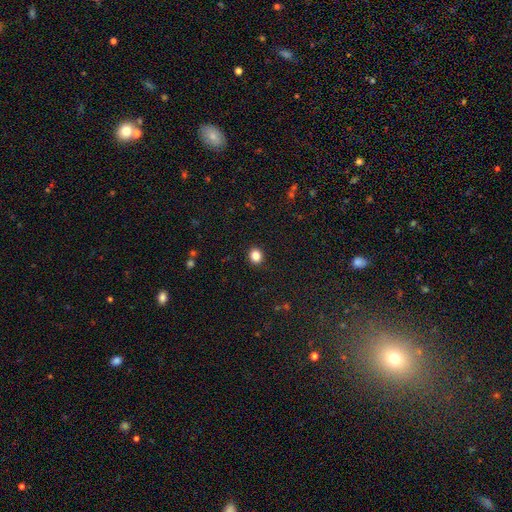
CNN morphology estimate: Q: Smooth or featured?
A: smooth (85%); runner-up: star or artifact (11%)
Q: How rounded?
A: round (77%); runner-up: in between (22%)
Q: Merging?
A: none (91%); runner-up: minor disturbance (6%)